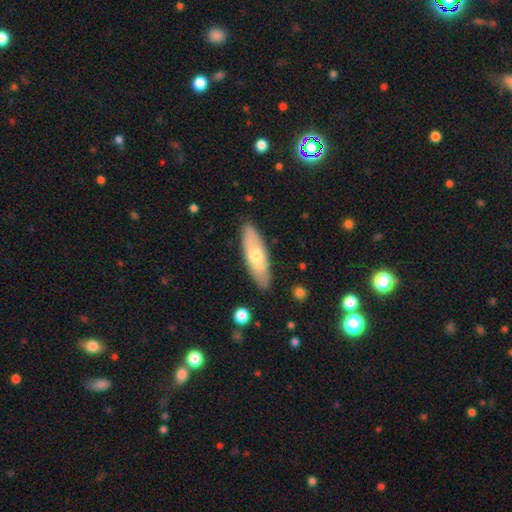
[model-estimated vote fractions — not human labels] A smooth galaxy with no disk features (57%) that is in between round and cigar-shaped (52%). Merging: none (86%).